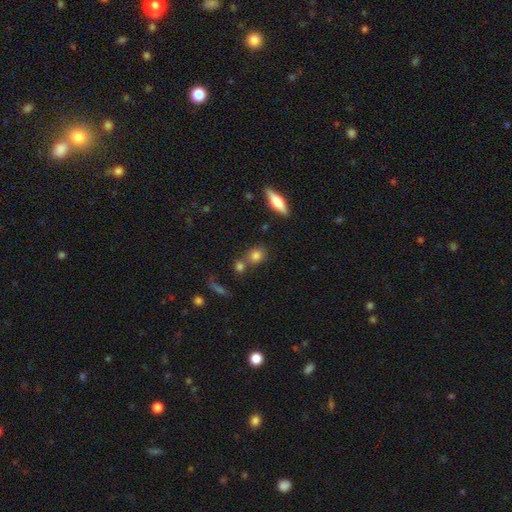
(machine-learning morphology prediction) Q: Smooth or featured?
A: smooth (79%); runner-up: star or artifact (11%)
Q: How rounded?
A: round (63%); runner-up: in between (33%)
Q: Merging?
A: none (56%); runner-up: merger (29%)